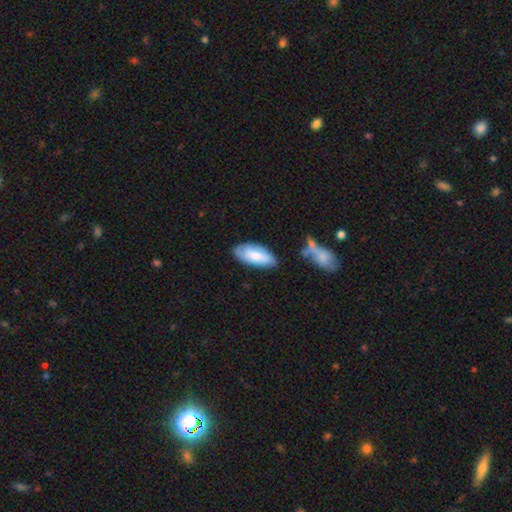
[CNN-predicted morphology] This is likely a smooth galaxy (74%). How rounded: clearly in between (85%). Merging: likely none (74%).